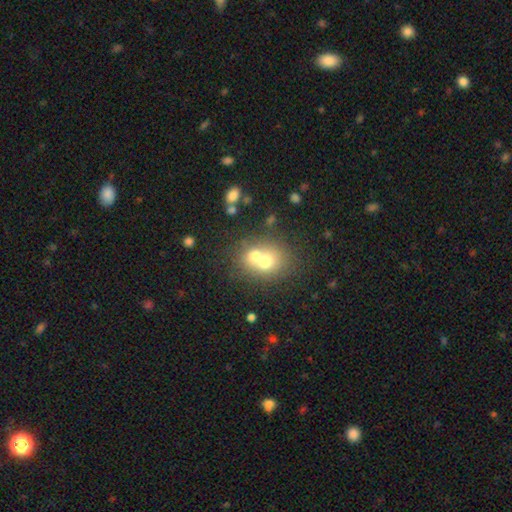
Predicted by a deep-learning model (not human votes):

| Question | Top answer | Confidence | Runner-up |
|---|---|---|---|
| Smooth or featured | smooth | 65% | featured or disk (23%) |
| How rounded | round | 67% | in between (32%) |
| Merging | merger | 63% | none (28%) |